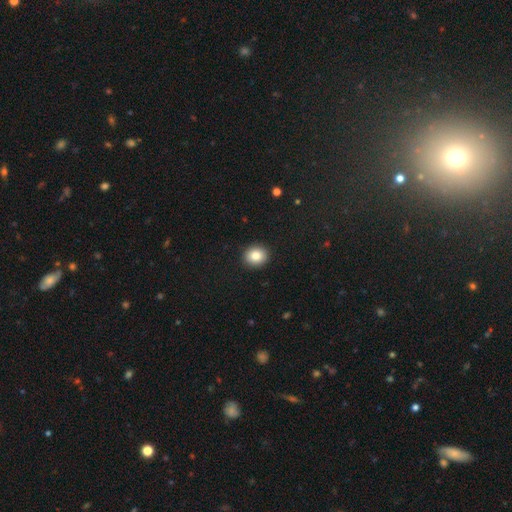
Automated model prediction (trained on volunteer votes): This appears to be a smooth galaxy with no disk features (84%) that is round (81%). Merging: none (92%).